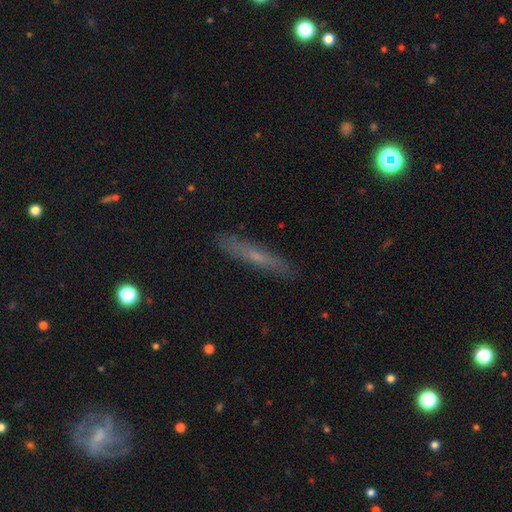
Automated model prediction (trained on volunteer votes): Smooth or featured? smooth (47%)
Merging? none (87%)